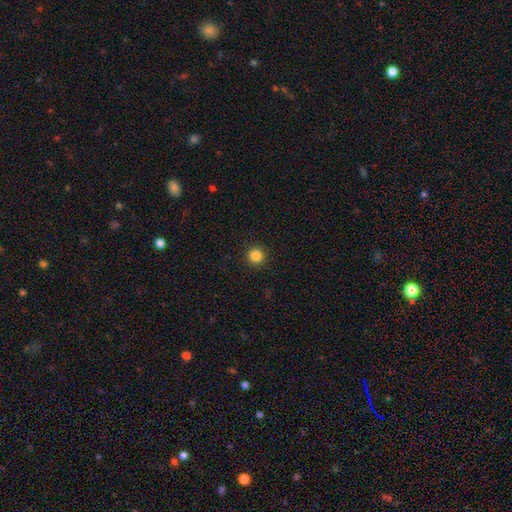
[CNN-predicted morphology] This is clearly a smooth galaxy (85%). How rounded: clearly round (96%). Merging: clearly none (93%).